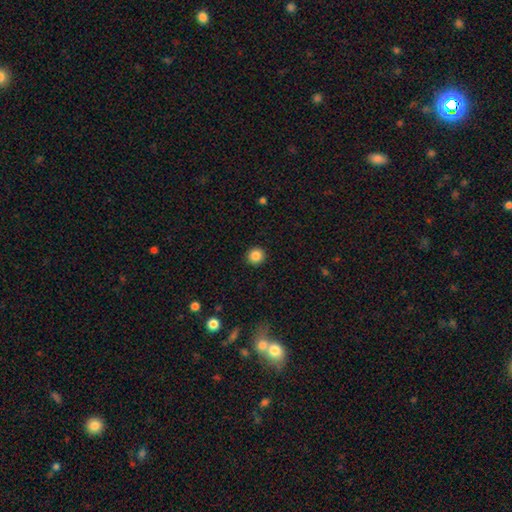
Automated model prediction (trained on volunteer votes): A smooth galaxy with no disk features (86%) that is round (93%). Merging: none (93%).